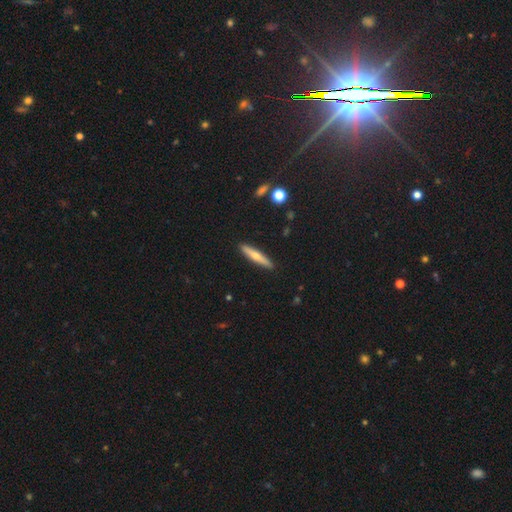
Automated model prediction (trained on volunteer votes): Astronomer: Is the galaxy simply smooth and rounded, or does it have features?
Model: smooth — 55% (runner-up: featured or disk, 39%).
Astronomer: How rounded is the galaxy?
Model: cigar-shaped — 90%.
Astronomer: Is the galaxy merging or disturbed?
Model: none — 91%.